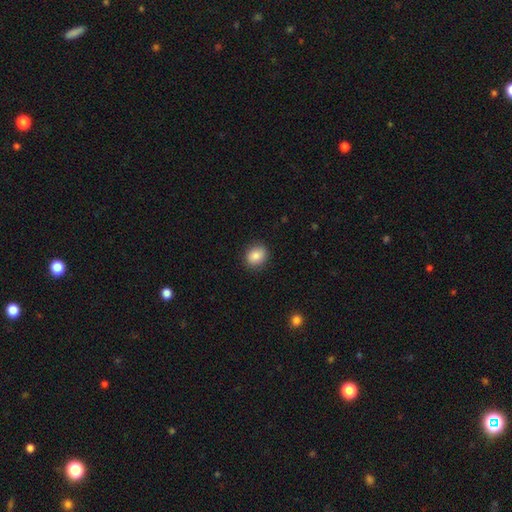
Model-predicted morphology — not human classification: This appears to be a smooth galaxy with no disk features (85%) that is round (66%). Merging: none (88%).